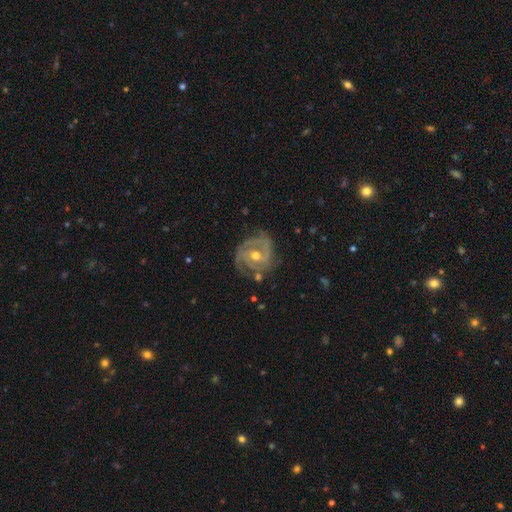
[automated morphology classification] The model was most divided on "spiral arm count": 2: 41%, 3: 29%, can't tell: 16%, 1: 5%, 4: 5%, more than 4: 4%. Remaining: edge-on disk — no (97%); spiral arms — yes (94%); smooth or featured — featured or disk (87%); bulge size — moderate (70%); merging — none (69%); spiral winding — tight (54%); bar — no (50%).